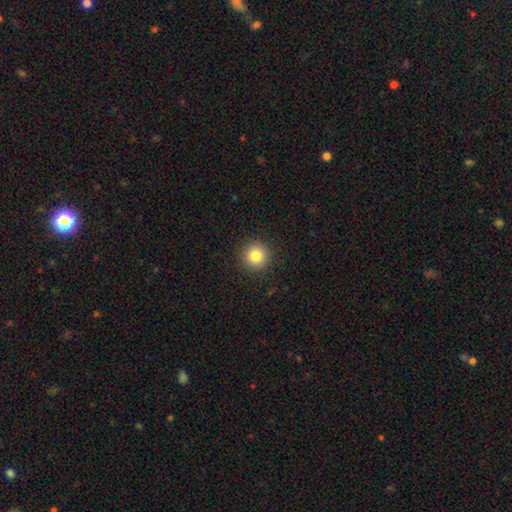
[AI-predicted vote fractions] Q: Smooth or featured?
A: smooth (83%); runner-up: star or artifact (11%)
Q: How rounded?
A: round (95%); runner-up: in between (4%)
Q: Merging?
A: none (91%); runner-up: minor disturbance (6%)